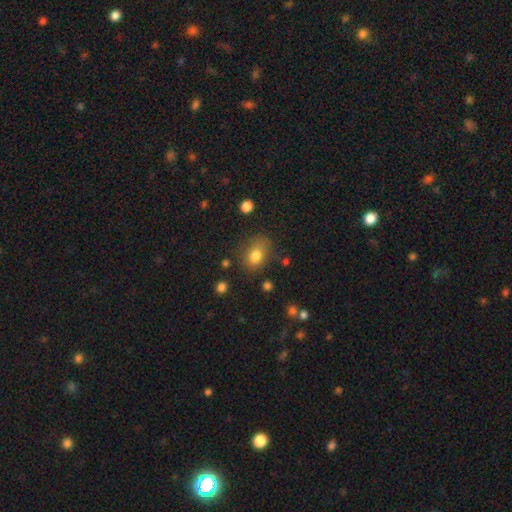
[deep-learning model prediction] This is clearly a smooth galaxy (80%). How rounded: likely in between (62%). Merging: likely none (66%).